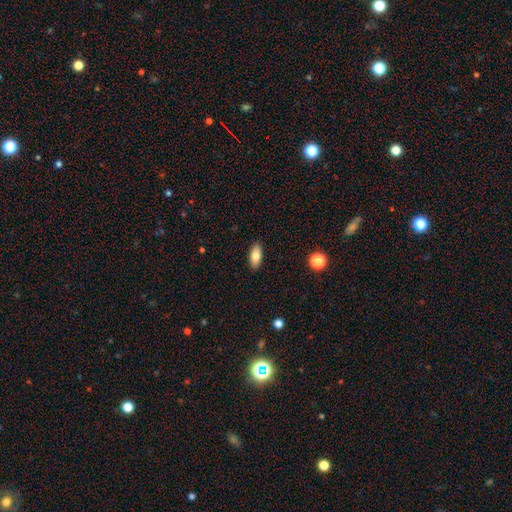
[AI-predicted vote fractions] Overall: smooth (80%). How rounded: in between (87%). Merging: none (90%).